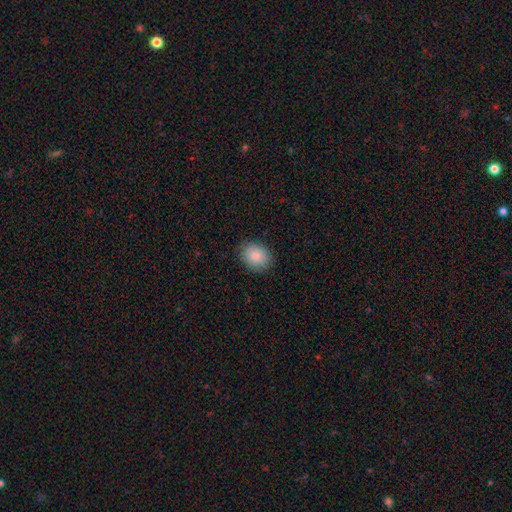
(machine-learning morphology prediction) Smooth or featured: smooth — 88% (star or artifact — 7%)
How rounded: in between — 57% (round — 43%)
Merging: none — 86% (minor disturbance — 10%)